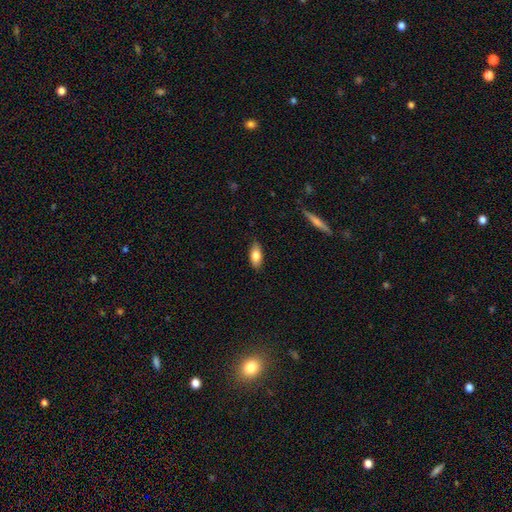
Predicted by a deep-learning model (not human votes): The model was most divided on "smooth or featured": smooth: 81%, featured or disk: 12%, star or artifact: 7%. More confident: merging — none (86%); how rounded — in between (84%).